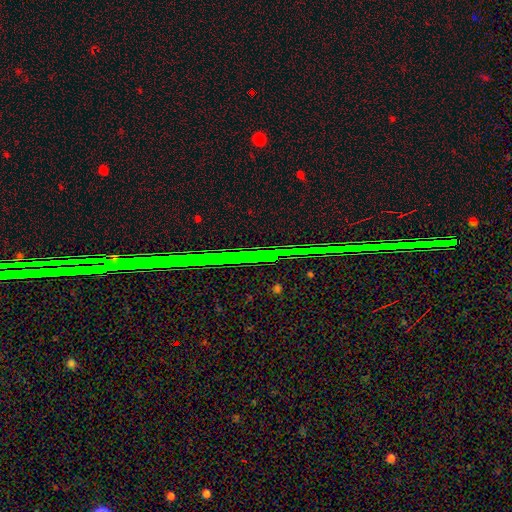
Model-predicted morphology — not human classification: A star or artifact, not a galaxy (83%).

Vote fractions:
- Smooth or featured? star or artifact: 83% / featured or disk: 10% / smooth: 6%